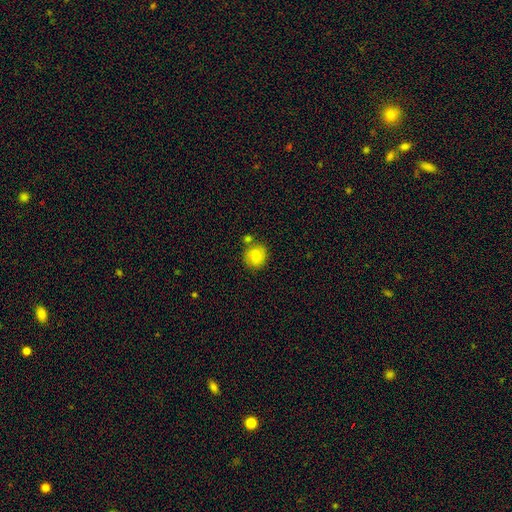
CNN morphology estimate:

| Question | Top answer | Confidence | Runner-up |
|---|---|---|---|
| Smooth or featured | smooth | 83% | star or artifact (8%) |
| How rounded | round | 87% | in between (12%) |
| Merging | none | 75% | merger (12%) |